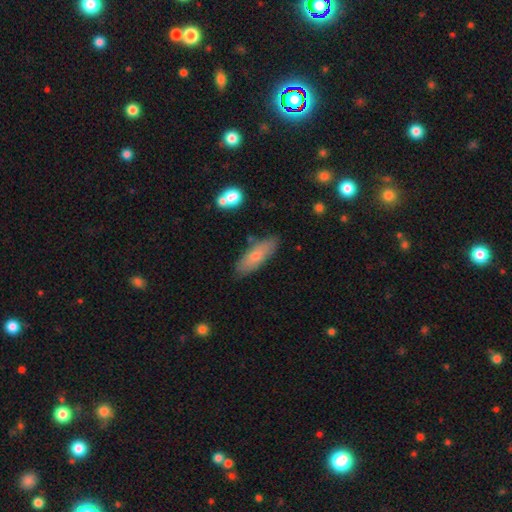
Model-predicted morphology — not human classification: type=smooth (74%); roundness=in between (58%); merging=none (81%).